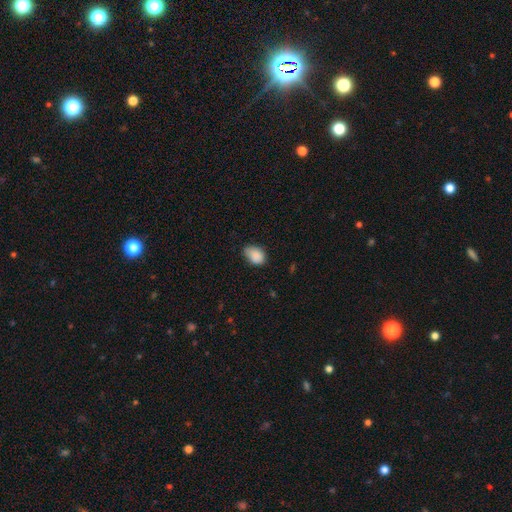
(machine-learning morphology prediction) This is clearly a smooth galaxy (87%). How rounded: likely in between (75%). Merging: possibly none (59%).